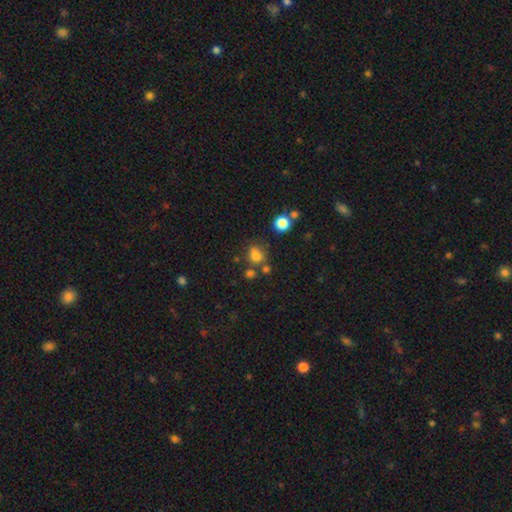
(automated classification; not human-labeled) Smooth or featured?
  - smooth: 74% *
  - star or artifact: 17%
  - featured or disk: 8%
How rounded?
  - round: 62% *
  - in between: 36%
  - cigar-shaped: 1%
Merging?
  - none: 62% *
  - minor disturbance: 17%
  - merger: 15%
  - major disturbance: 6%